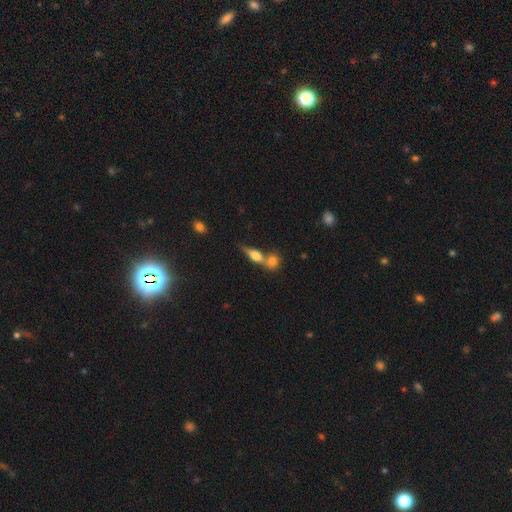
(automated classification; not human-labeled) This is possibly a smooth galaxy (52%). How rounded: possibly in between (49%). Merging: possibly merger (48%).